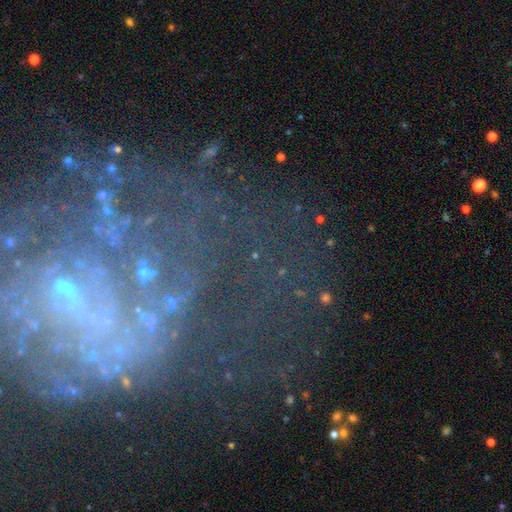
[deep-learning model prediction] A star or artifact, not a galaxy (59%).

Vote fractions:
- Smooth or featured? star or artifact: 59% / featured or disk: 25% / smooth: 17%